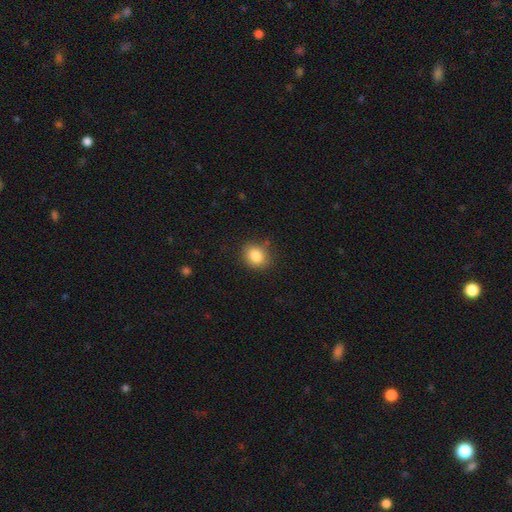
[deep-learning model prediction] smooth-or-featured: smooth: 85% | star or artifact: 9% | featured or disk: 6%
  how-rounded: round: 54% | in between: 45% | cigar-shaped: 1%
  merging: none: 80% | minor disturbance: 14% | major disturbance: 3% | merger: 2%